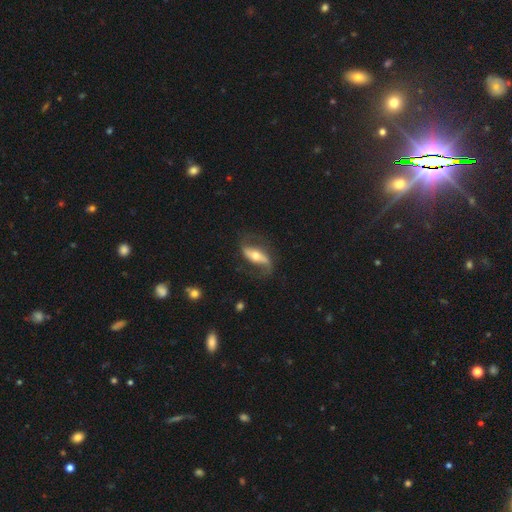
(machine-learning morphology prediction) A featured or disk galaxy (79%) with a strong bar (51%), 2 (89%) loose (67%) spiral arms (91%) and a moderate central bulge (62%). Merging: none (70%).